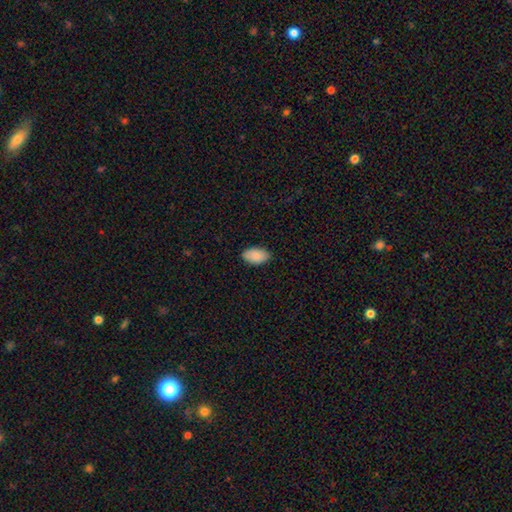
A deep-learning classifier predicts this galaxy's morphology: Smooth or featured: smooth — 89% (star or artifact — 7%)
How rounded: in between — 94% (round — 4%)
Merging: none — 85% (minor disturbance — 12%)